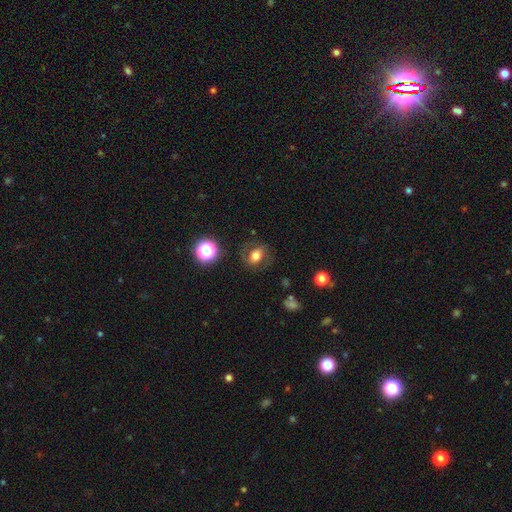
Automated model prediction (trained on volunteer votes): smooth 54%, featured or disk 33%, star or artifact 13%. Down the decision tree: how rounded — in between (50%); merging — none (72%).